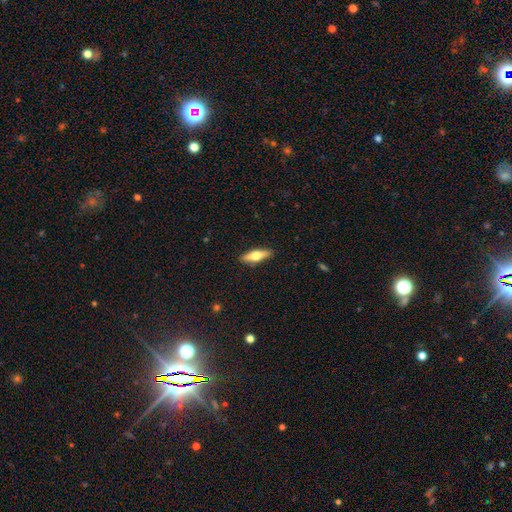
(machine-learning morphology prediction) Smooth or featured? Predicted: smooth (p=0.52). How rounded? Predicted: cigar-shaped (p=0.55). Merging? Predicted: none (p=0.89).